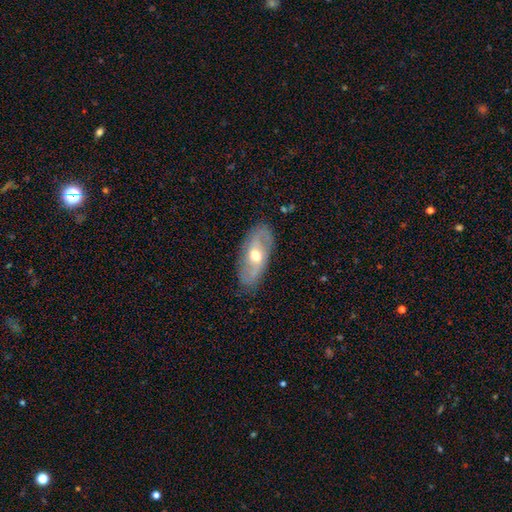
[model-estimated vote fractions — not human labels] The model was most divided on "bar": no: 57%, weak: 33%, strong: 10%. More confident: edge-on disk — no (86%); merging — none (82%); bulge size — moderate (72%); spiral arms — yes (69%); smooth or featured — featured or disk (61%).